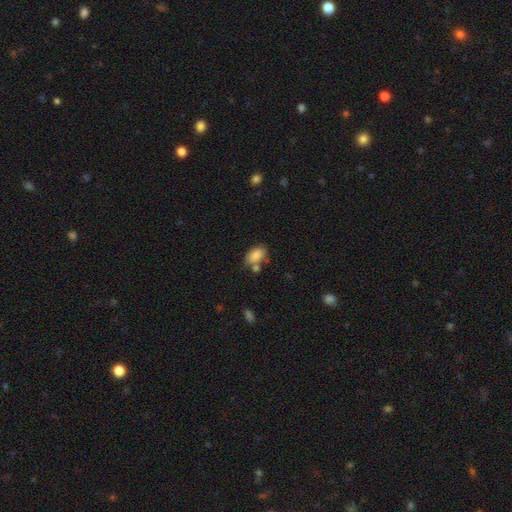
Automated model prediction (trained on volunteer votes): Q: Smooth or featured?
A: smooth (86%); runner-up: star or artifact (8%)
Q: How rounded?
A: in between (90%); runner-up: round (8%)
Q: Merging?
A: none (62%); runner-up: minor disturbance (17%)